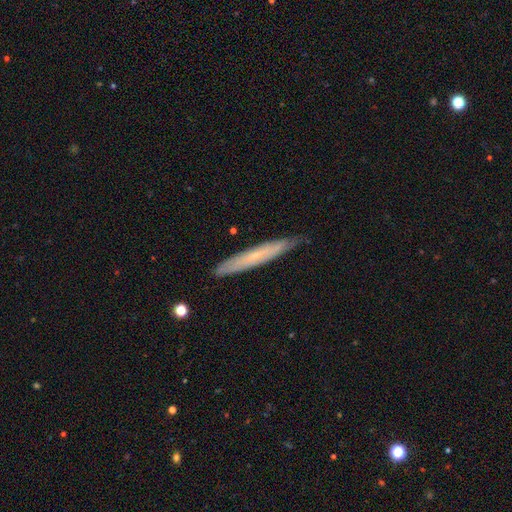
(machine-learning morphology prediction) This appears to be a featured or disk galaxy (50%) viewed edge-on (83%). Merging: none (82%).